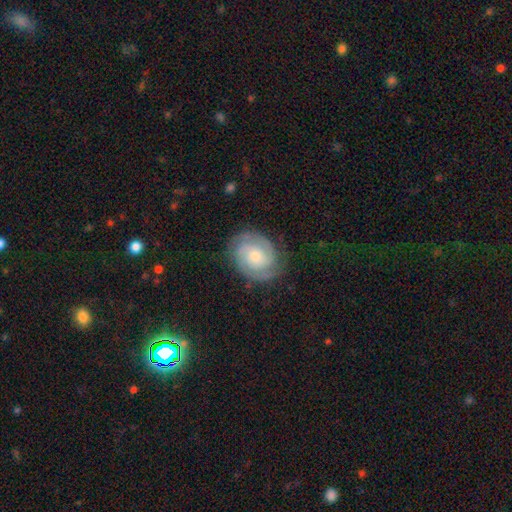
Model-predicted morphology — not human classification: A featured or disk galaxy (81%) with no bar (68%), 2 (69%) tight (66%) spiral arms (96%) and a small central bulge (52%). Merging: none (82%).